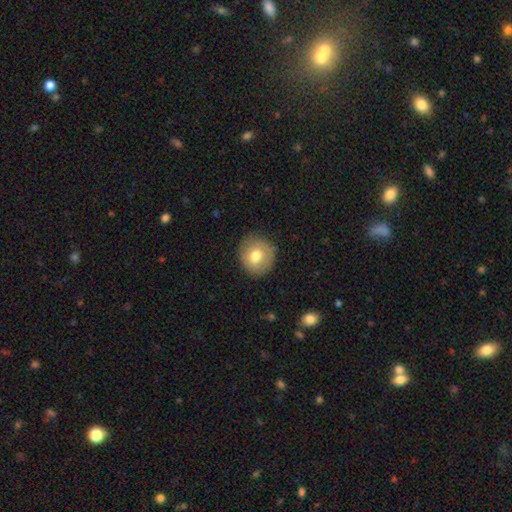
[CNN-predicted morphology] smooth_or_featured: smooth (p=0.73) [alt: featured or disk p=0.18]
how_rounded: round (p=0.88) [alt: in between p=0.11]
merging: none (p=0.83) [alt: minor disturbance p=0.12]